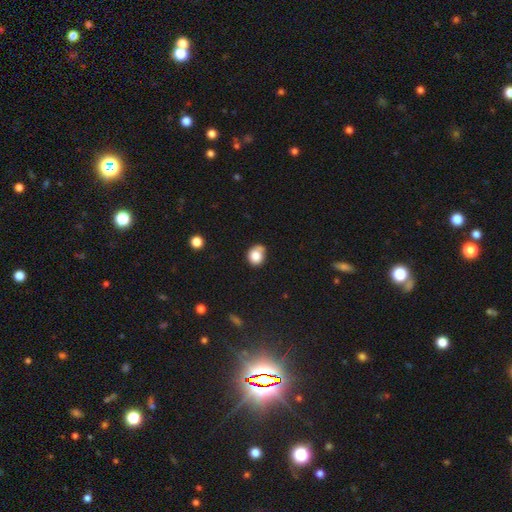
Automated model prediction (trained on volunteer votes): This appears to be a smooth galaxy with no disk features (82%) that is round (71%). Merging: none (53%).